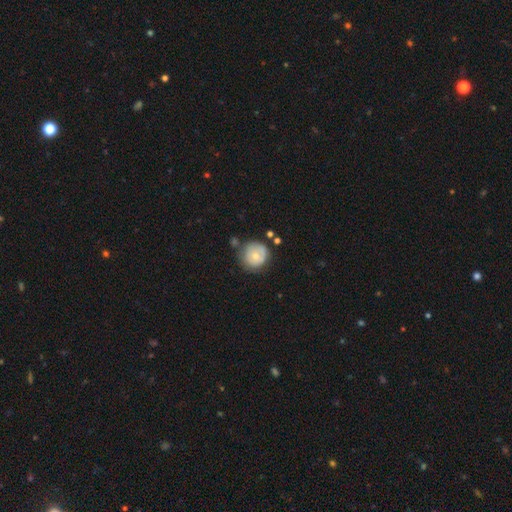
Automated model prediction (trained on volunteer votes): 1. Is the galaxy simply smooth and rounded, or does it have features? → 63% smooth, 29% featured or disk, 7% star or artifact.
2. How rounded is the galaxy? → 92% round, 7% in between, 1% cigar-shaped.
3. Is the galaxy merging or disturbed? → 63% none, 23% minor disturbance, 7% merger, 7% major disturbance.